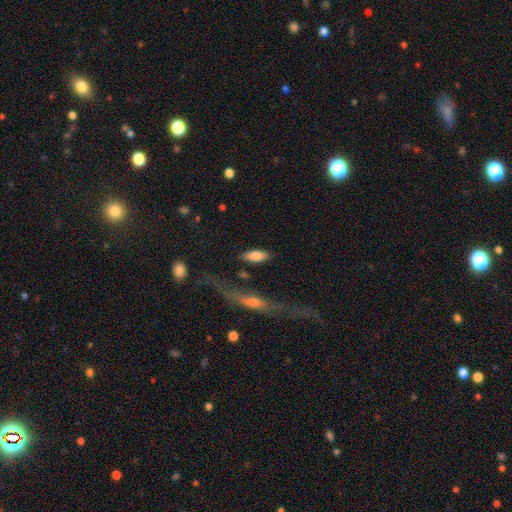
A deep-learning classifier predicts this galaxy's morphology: This appears to be a smooth galaxy with no disk features (80%) that is in between round and cigar-shaped (79%). Merging: none (77%).